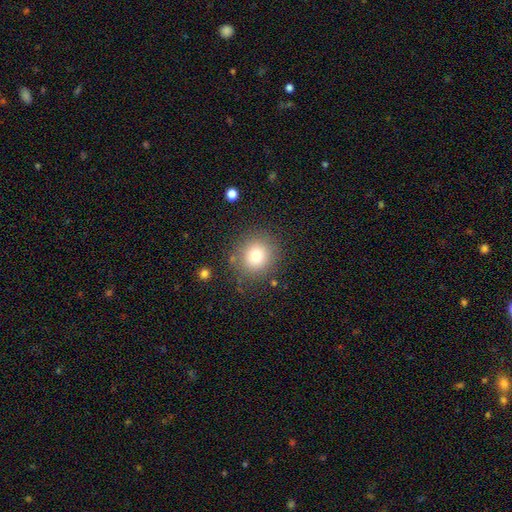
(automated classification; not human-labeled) Morphology: type=smooth (77%); roundness=round (90%); merging=none (85%).